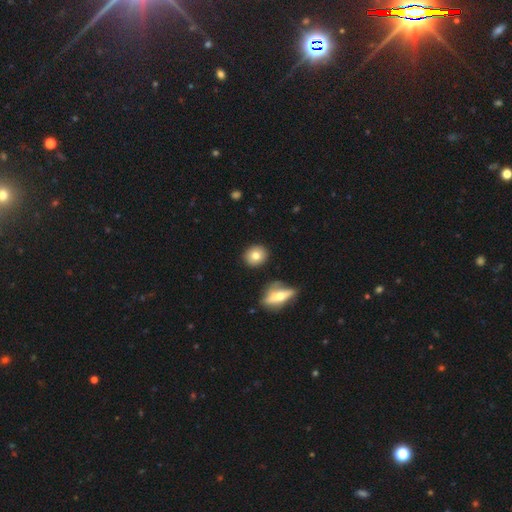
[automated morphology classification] Smooth or featured: smooth — 78% (featured or disk — 13%)
How rounded: round — 79% (in between — 19%)
Merging: none — 87% (minor disturbance — 7%)